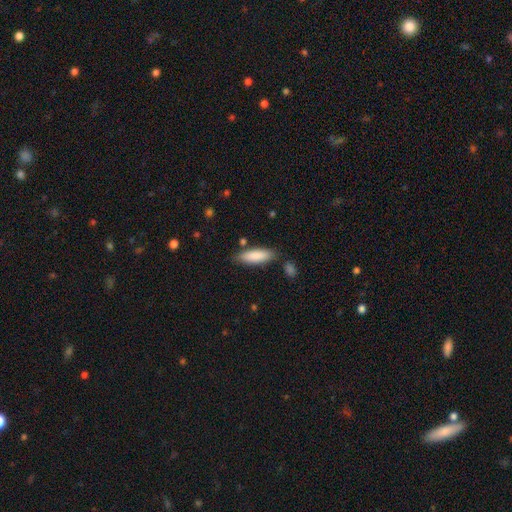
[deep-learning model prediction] Smooth or featured? Predicted: smooth (p=0.85). How rounded? Predicted: cigar-shaped (p=0.51). Merging? Predicted: none (p=0.79).